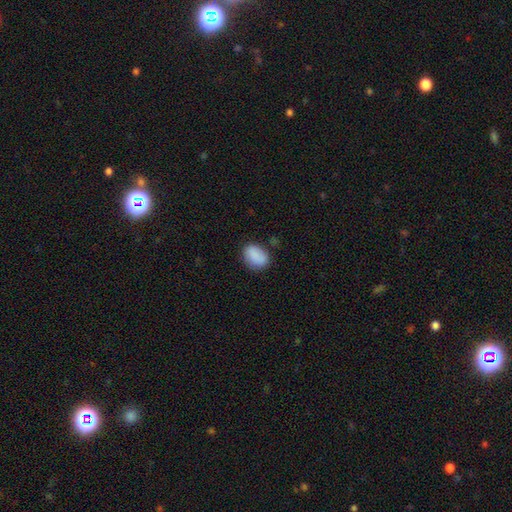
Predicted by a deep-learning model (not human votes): This appears to be a smooth galaxy with no disk features (87%) that is in between round and cigar-shaped (74%). Merging: none (76%).